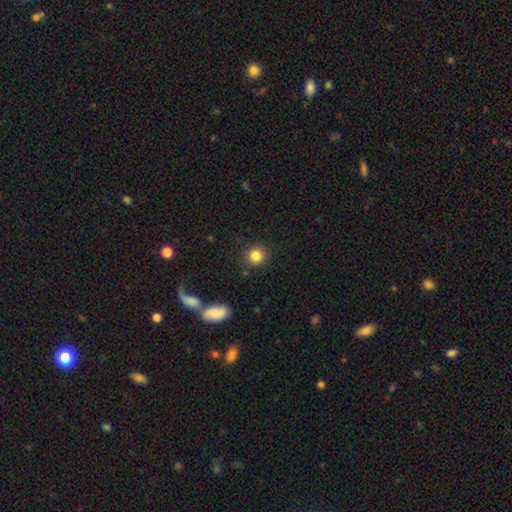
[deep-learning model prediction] Morphology: type=smooth (84%); roundness=round (89%); merging=none (87%).